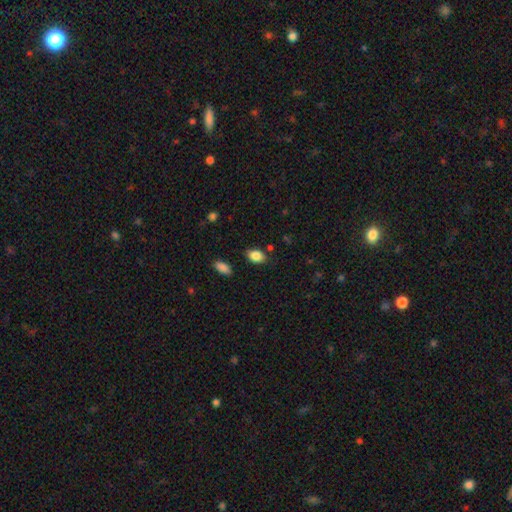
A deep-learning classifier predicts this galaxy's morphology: Overall: smooth (86%). How rounded: in between (86%). Merging: none (82%).